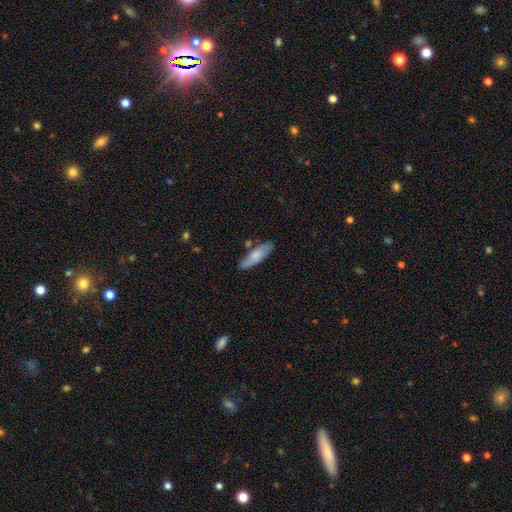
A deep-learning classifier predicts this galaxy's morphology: A smooth galaxy with no disk features (74%) that is cigar-shaped (49%, tied with in between).

Vote fractions:
- Smooth or featured? smooth: 74% / featured or disk: 20% / star or artifact: 6%
- How rounded? cigar-shaped: 49% (tied) / in between: 49% (tied) / round: 2%
- Merging? none: 72% / minor disturbance: 18% / merger: 6% / major disturbance: 4%